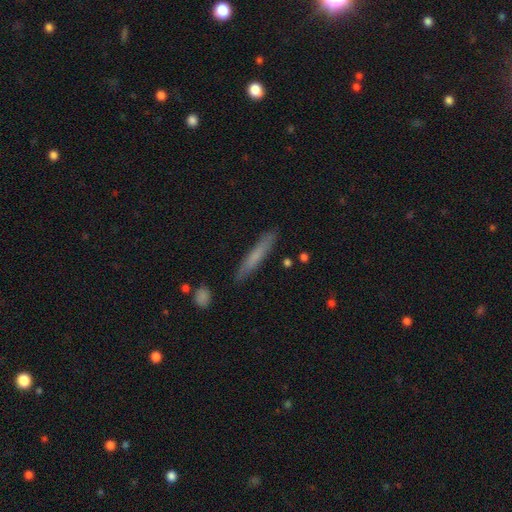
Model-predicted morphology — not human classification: smooth 65%, featured or disk 29%, star or artifact 7%. Down the decision tree: how rounded — cigar-shaped (94%); merging — none (86%).